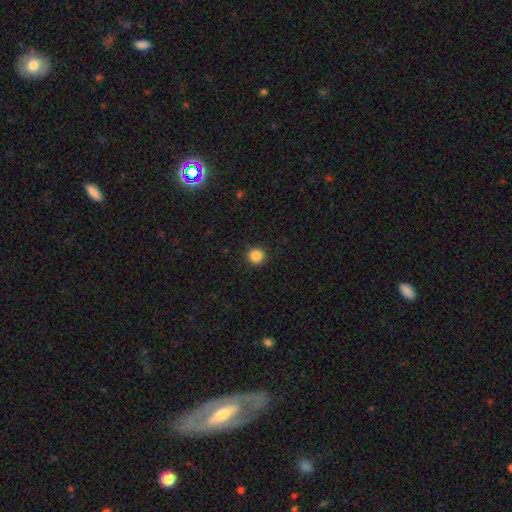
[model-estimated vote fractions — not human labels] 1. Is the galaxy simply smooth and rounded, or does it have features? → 87% smooth, 10% star or artifact, 3% featured or disk.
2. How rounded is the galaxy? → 94% round, 5% in between, 1% cigar-shaped.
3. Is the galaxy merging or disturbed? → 92% none, 5% minor disturbance, 2% major disturbance, 1% merger.